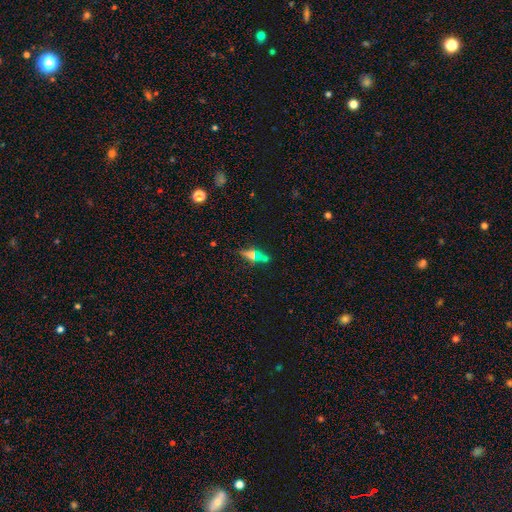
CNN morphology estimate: Overall: featured or disk (43%; smooth 37%). Merging: none (69%).